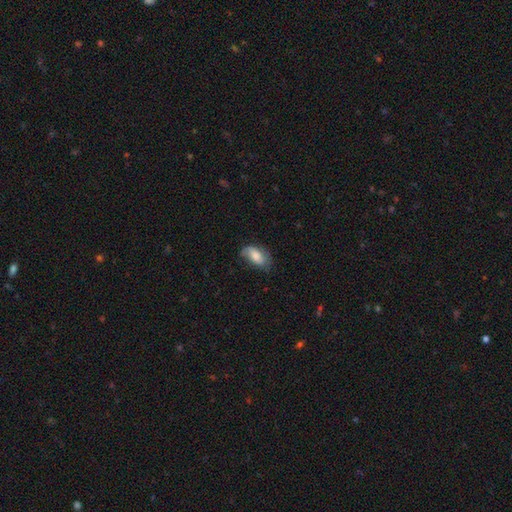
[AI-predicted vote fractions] Smooth or featured? smooth (74%)
How rounded? in between (92%)
Merging? none (53%)